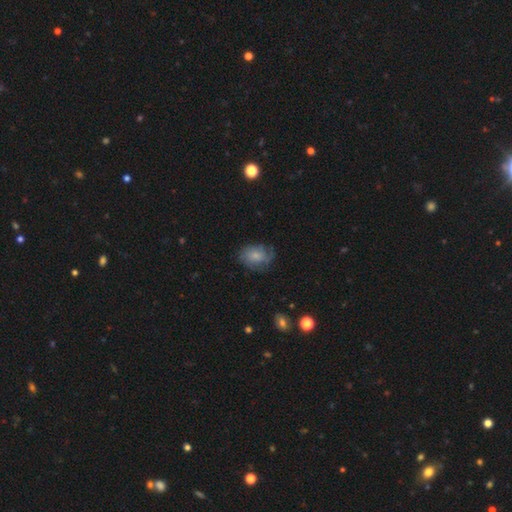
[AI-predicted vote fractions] smooth 60%, featured or disk 32%, star or artifact 8%. Down the decision tree: how rounded — in between (68%); merging — none (61%).